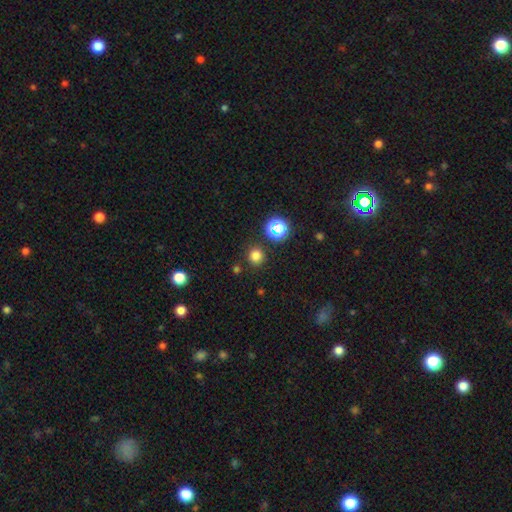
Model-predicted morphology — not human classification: This is likely a smooth galaxy (75%). How rounded: clearly round (93%). Merging: clearly none (87%).